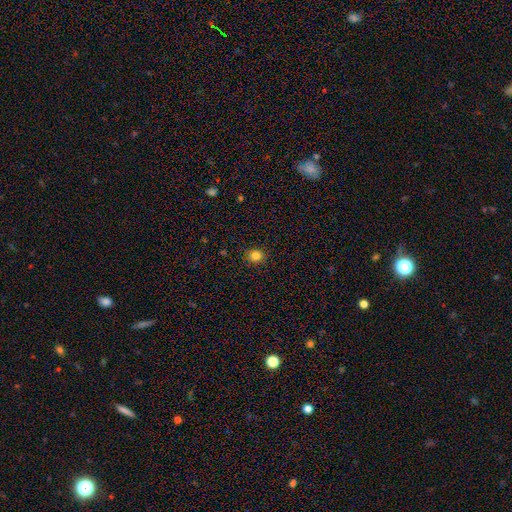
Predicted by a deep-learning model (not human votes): Smooth or featured? Predicted: smooth (p=0.83). How rounded? Predicted: round (p=0.84). Merging? Predicted: none (p=0.90).